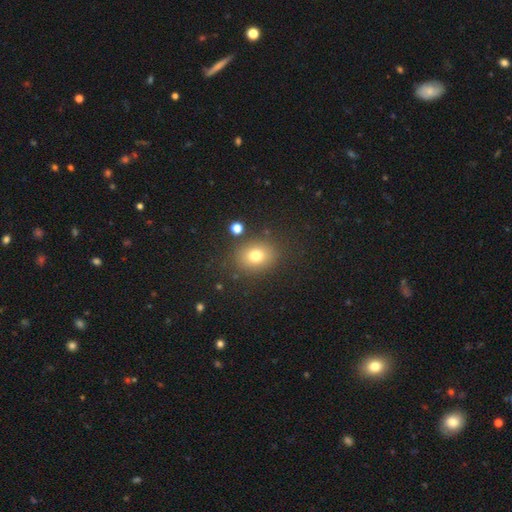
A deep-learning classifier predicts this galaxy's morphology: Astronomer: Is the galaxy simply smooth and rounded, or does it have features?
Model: smooth — 77%.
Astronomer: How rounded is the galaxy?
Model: round — 57% (runner-up: in between, 42%).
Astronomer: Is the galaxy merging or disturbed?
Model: none — 83%.